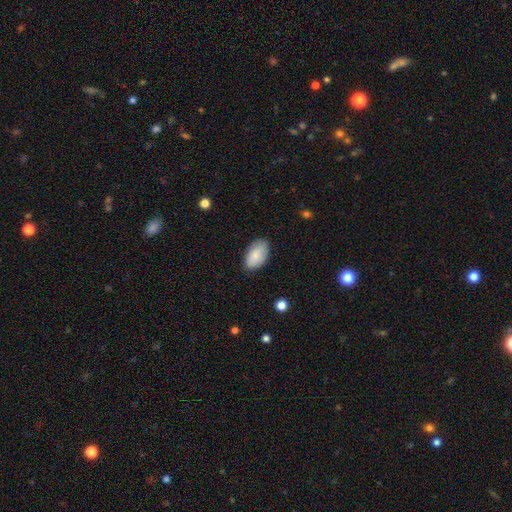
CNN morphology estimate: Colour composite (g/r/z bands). It shows a smooth galaxy with no disk features (85%) that is in between round and cigar-shaped (95%). Merging: none (80%).